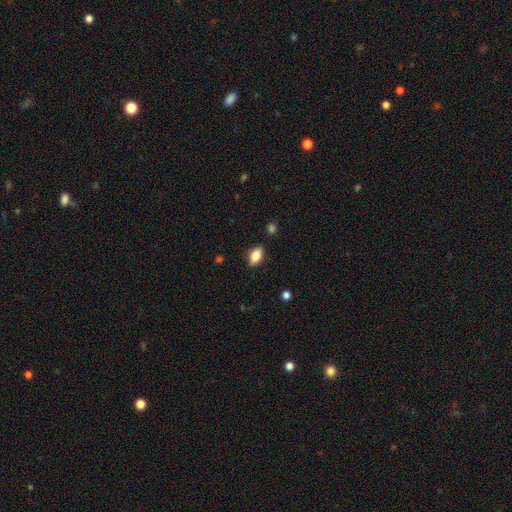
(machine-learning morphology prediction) smooth 80%, featured or disk 12%, star or artifact 8%. Down the decision tree: how rounded — in between (88%); merging — none (87%).